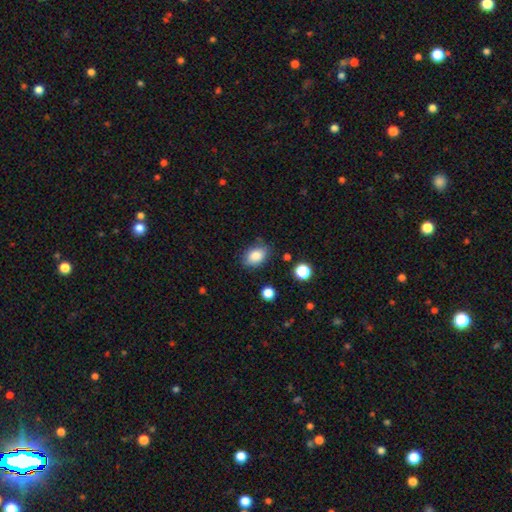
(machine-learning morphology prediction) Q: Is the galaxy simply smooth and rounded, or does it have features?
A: smooth — 85%.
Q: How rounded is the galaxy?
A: in between — 79%.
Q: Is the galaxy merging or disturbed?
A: none — 78%.